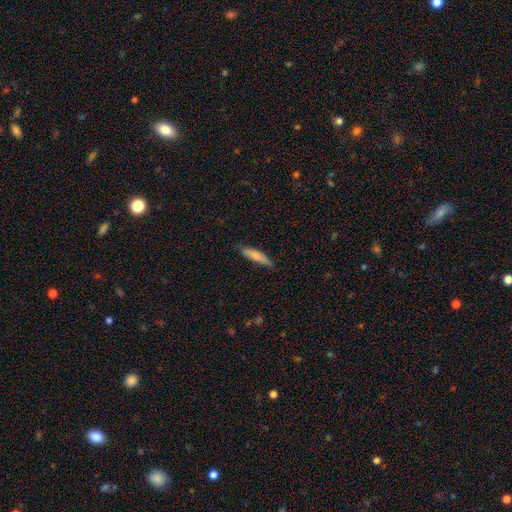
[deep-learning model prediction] smooth-or-featured: smooth: 73% | featured or disk: 22% | star or artifact: 6%
  how-rounded: cigar-shaped: 78% | in between: 21% | round: 2%
  merging: none: 77% | minor disturbance: 19% | major disturbance: 3% | merger: 1%